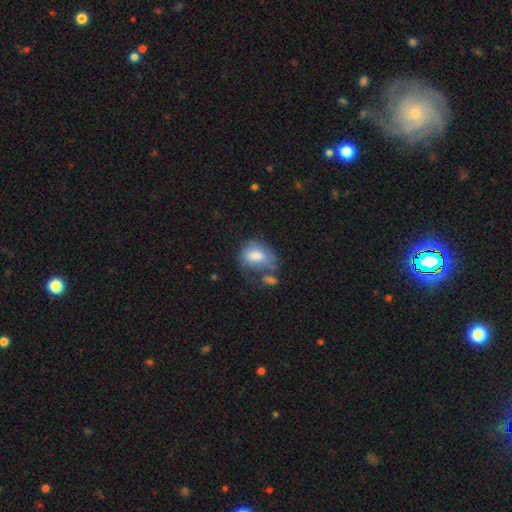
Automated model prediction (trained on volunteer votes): Smooth or featured?
  - smooth: 73% *
  - featured or disk: 19%
  - star or artifact: 8%
How rounded?
  - in between: 71% *
  - round: 28%
  - cigar-shaped: 2%
Merging?
  - none: 36% *
  - minor disturbance: 26%
  - merger: 19%
  - major disturbance: 19%